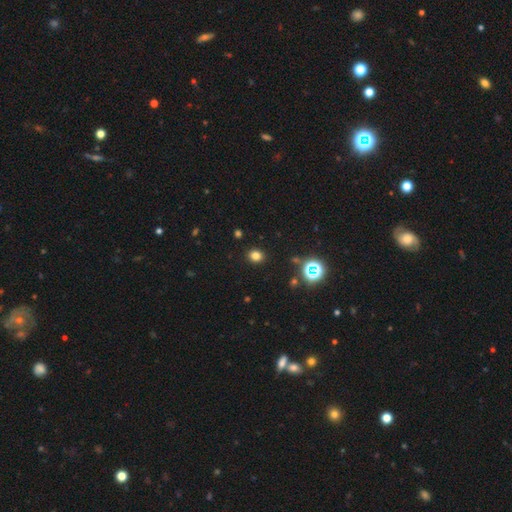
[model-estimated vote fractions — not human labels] Morphology: type=smooth (78%); roundness=round (70%); merging=none (91%).